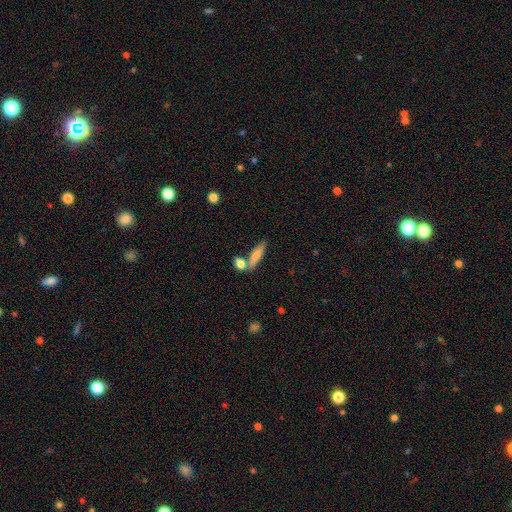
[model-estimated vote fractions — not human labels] A smooth galaxy with no disk features (69%) that is cigar-shaped (64%). Merging: none (58%).